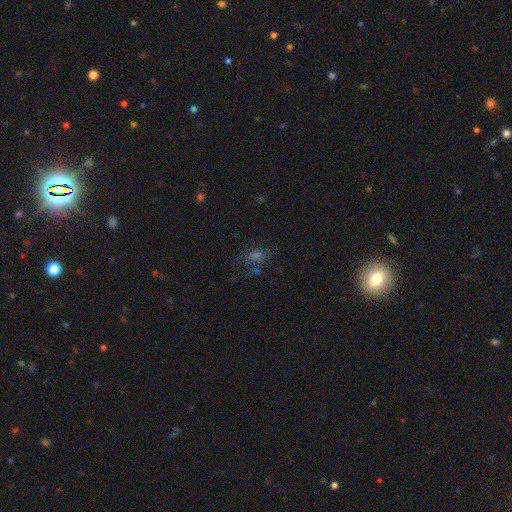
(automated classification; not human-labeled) A smooth galaxy with no disk features (45%). Merging: none (62%).